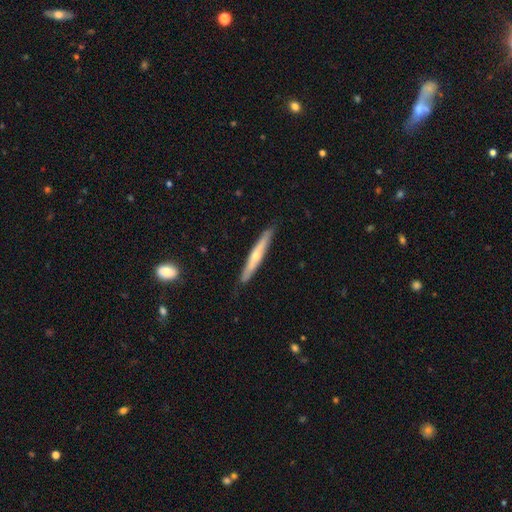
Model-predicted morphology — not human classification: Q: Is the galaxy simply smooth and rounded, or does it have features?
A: featured or disk — 59%.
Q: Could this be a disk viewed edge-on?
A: yes — 94%.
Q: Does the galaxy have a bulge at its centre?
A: rounded — 73%.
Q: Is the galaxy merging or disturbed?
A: none — 89%.